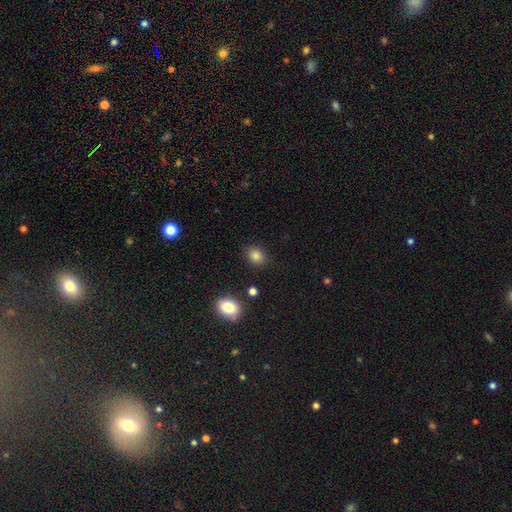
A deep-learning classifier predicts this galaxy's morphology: The model was most divided on "how rounded": round: 56%, in between: 43%, cigar-shaped: 1%. More confident: merging — none (86%); smooth or featured — smooth (85%).